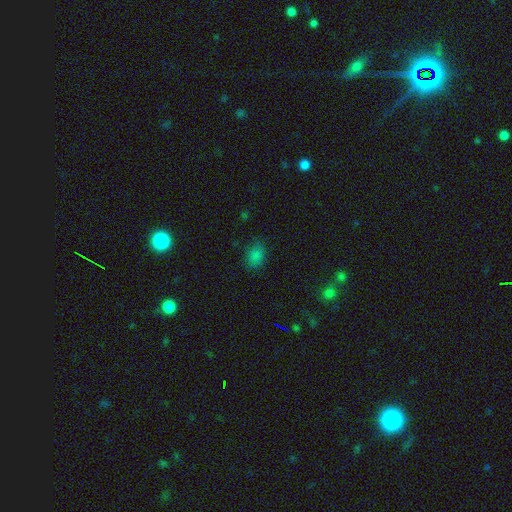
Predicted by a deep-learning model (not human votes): The model was most divided on "how rounded": in between: 74%, round: 24%, cigar-shaped: 1%. More confident: smooth or featured — smooth (79%); merging — none (78%).